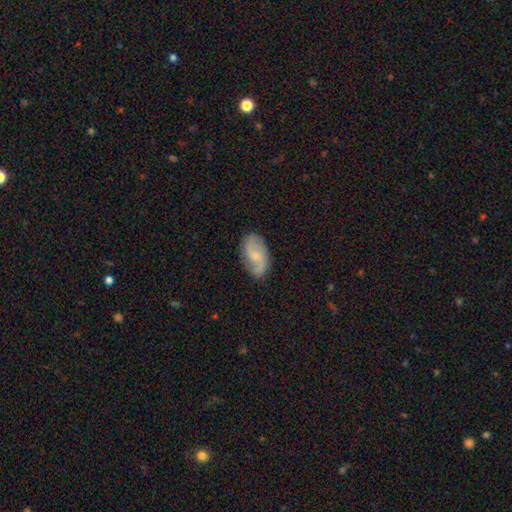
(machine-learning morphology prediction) Smooth or featured?
  - featured or disk: 68% *
  - smooth: 26%
  - star or artifact: 6%
Edge-on disk?
  - no: 96% *
  - yes: 4%
Bar?
  - no: 48% *
  - weak: 44%
  - strong: 8%
Spiral arms?
  - yes: 92% *
  - no: 8%
Spiral winding?
  - medium: 43% *
  - loose: 40%
  - tight: 17%
Spiral arm count?
  - 2: 86% *
  - can't tell: 7%
  - 1: 3%
  - 3: 2%
  - 4: 1%
  - more than 4: 1%
Bulge size?
  - small: 60% *
  - moderate: 30%
  - none: 8%
  - large: 2%
  - dominant: 1%
Merging?
  - none: 78% *
  - minor disturbance: 16%
  - major disturbance: 4%
  - merger: 1%